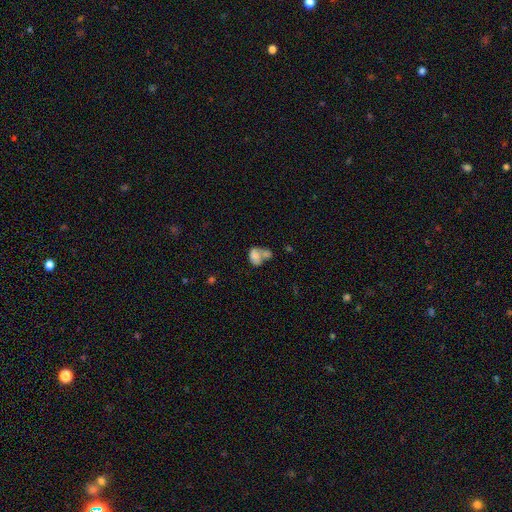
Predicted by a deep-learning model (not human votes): Smooth or featured? Predicted: smooth (p=0.69). How rounded? Predicted: in between (p=0.76). Merging? Predicted: merger (p=0.62).